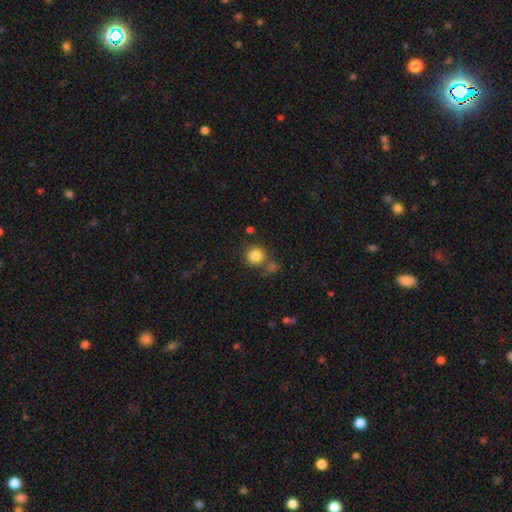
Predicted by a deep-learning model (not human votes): This appears to be a smooth galaxy with no disk features (85%) that is round (89%). Merging: none (71%).